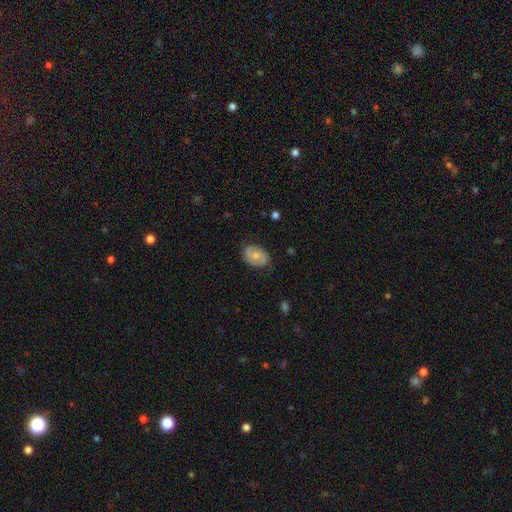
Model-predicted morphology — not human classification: This appears to be a featured or disk galaxy (47%). Merging: none (73%).